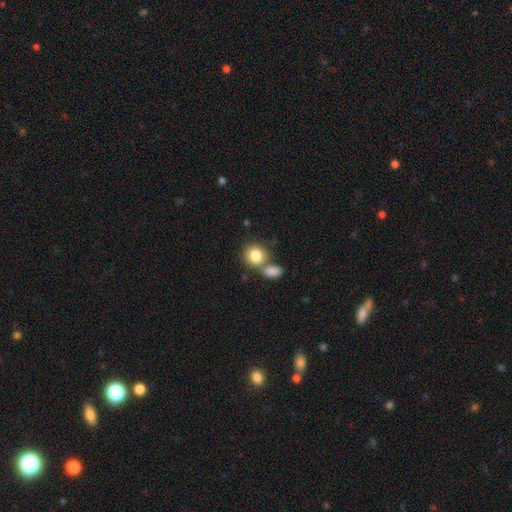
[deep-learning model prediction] The model was most divided on "merging": none: 47%, merger: 39%, minor disturbance: 10%, major disturbance: 4%. More confident: smooth or featured — smooth (84%); how rounded — round (68%).